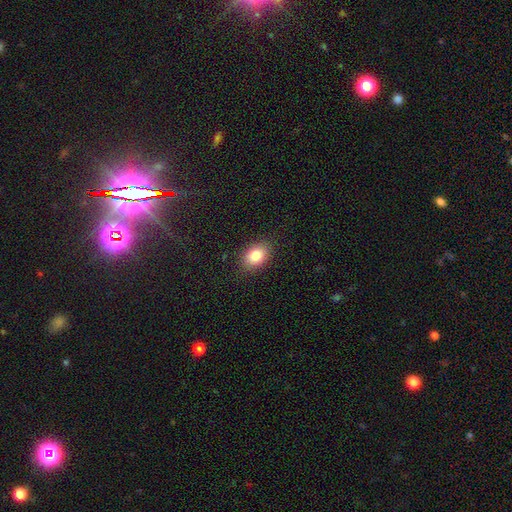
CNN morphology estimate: Smooth or featured: smooth — 84% (star or artifact — 8%)
How rounded: in between — 82% (round — 17%)
Merging: none — 86% (minor disturbance — 10%)